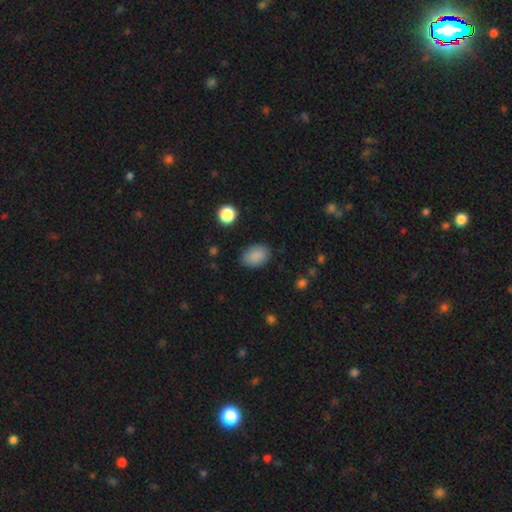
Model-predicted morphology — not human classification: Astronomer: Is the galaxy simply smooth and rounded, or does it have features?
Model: smooth — 87%.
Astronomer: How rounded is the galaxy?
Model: in between — 80%.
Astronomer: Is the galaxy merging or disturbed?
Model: none — 81%.